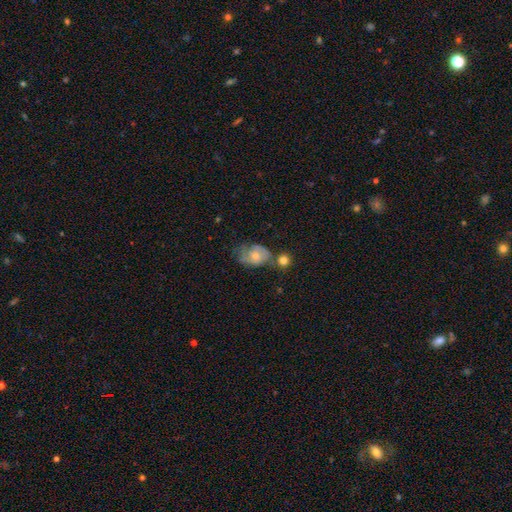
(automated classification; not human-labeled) Smooth or featured: featured or disk — 49% (smooth — 43%)
Merging: none — 35% (minor disturbance — 27%)